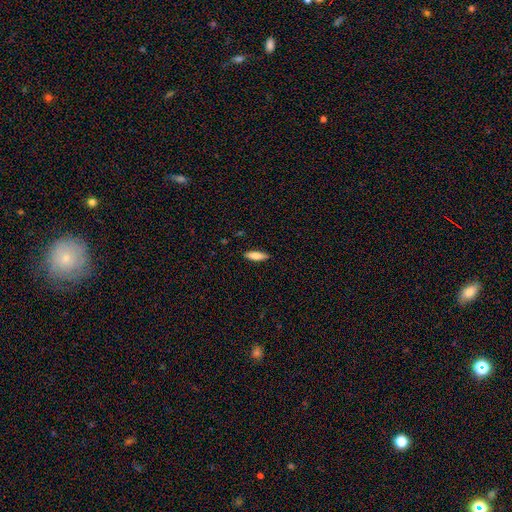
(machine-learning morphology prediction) A smooth galaxy with no disk features (78%) that is cigar-shaped (56%). Merging: none (88%).